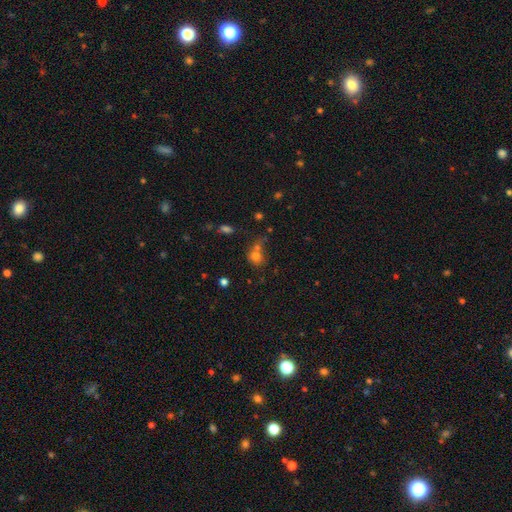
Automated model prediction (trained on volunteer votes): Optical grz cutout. It shows a smooth galaxy with no disk features (72%) that is round (68%). Merging: merger (42%).